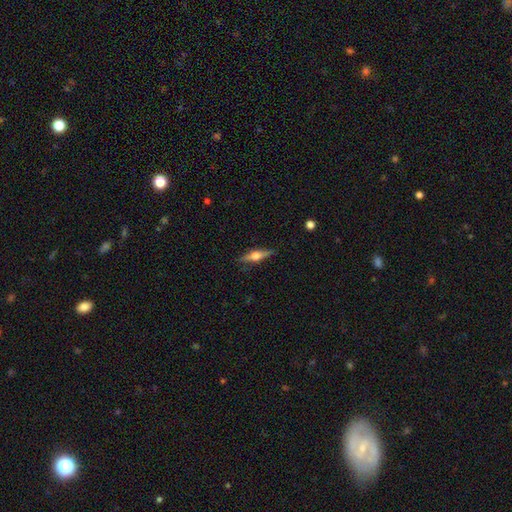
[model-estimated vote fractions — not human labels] smooth-or-featured: featured or disk: 67% | smooth: 27% | star or artifact: 7%
  disk-edge-on: yes: 97% | no: 3%
    edge-on-bulge: rounded: 92% | boxy: 7% | none: 2%
  merging: none: 85% | minor disturbance: 11% | major disturbance: 2% | merger: 1%